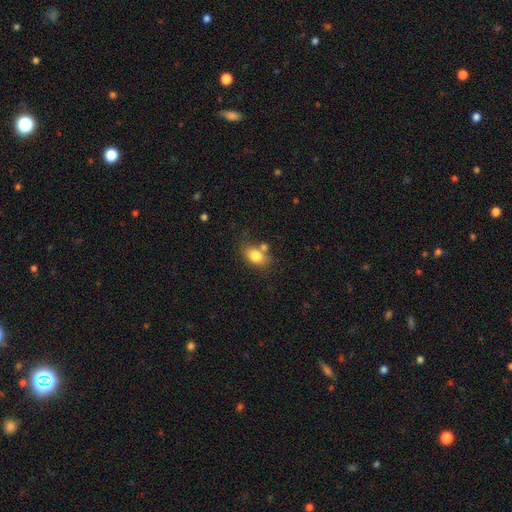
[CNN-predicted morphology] smooth_or_featured: smooth (p=0.79) [alt: featured or disk p=0.12]
how_rounded: in between (p=0.75) [alt: round p=0.23]
merging: none (p=0.60) [alt: merger p=0.19]